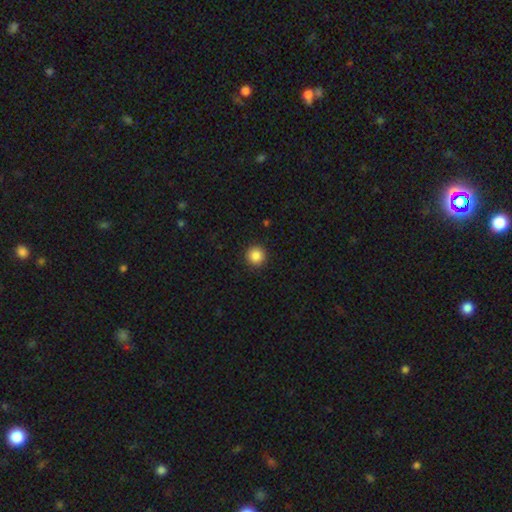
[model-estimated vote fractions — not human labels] smooth_or_featured: smooth (p=0.87) [alt: star or artifact p=0.10]
how_rounded: round (p=0.96) [alt: in between p=0.03]
merging: none (p=0.93) [alt: minor disturbance p=0.05]